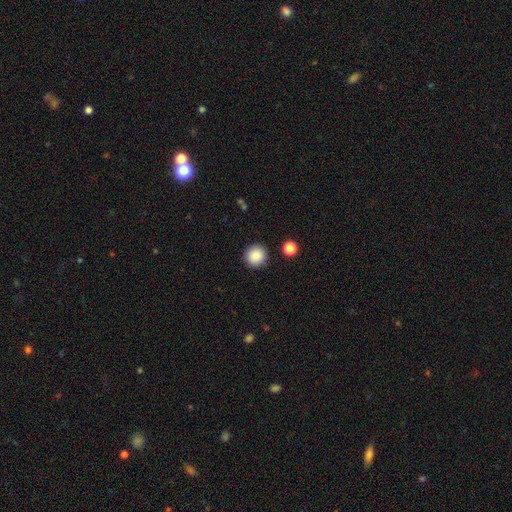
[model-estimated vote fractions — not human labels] The model was most divided on "smooth or featured": smooth: 87%, star or artifact: 9%, featured or disk: 4%. More confident: how rounded — round (93%); merging — none (90%).